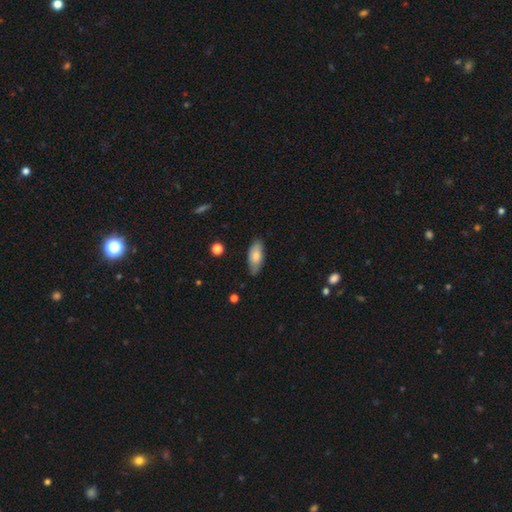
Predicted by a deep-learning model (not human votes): Smooth or featured: smooth — 76% (featured or disk — 18%)
How rounded: in between — 87% (cigar-shaped — 11%)
Merging: none — 80% (minor disturbance — 16%)